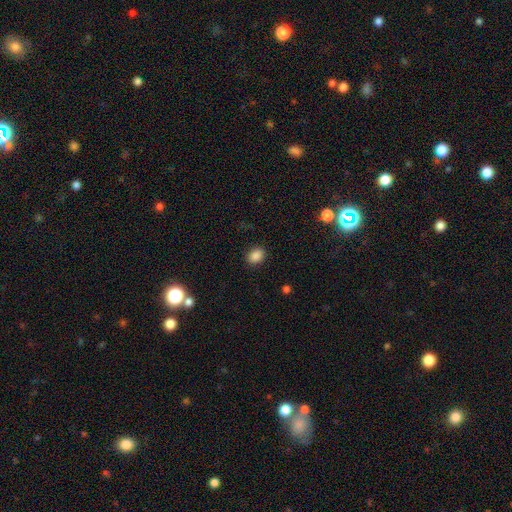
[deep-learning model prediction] smooth_or_featured: smooth (p=0.86) [alt: star or artifact p=0.10]
how_rounded: in between (p=0.61) [alt: round p=0.38]
merging: none (p=0.88) [alt: minor disturbance p=0.08]